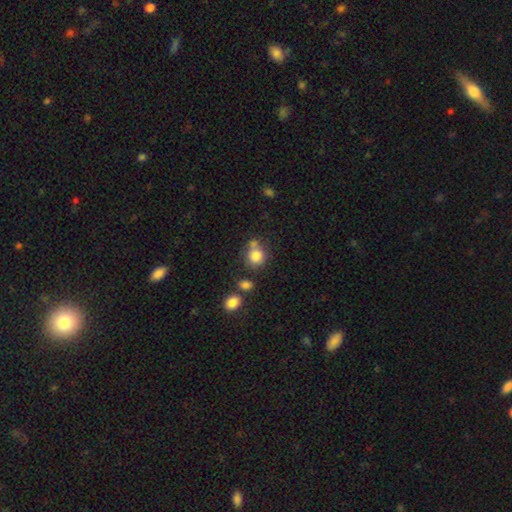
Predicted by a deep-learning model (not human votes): Smooth or featured?
  - smooth: 81% *
  - star or artifact: 11%
  - featured or disk: 8%
How rounded?
  - round: 81% *
  - in between: 18%
  - cigar-shaped: 1%
Merging?
  - none: 58% *
  - merger: 24%
  - minor disturbance: 13%
  - major disturbance: 5%